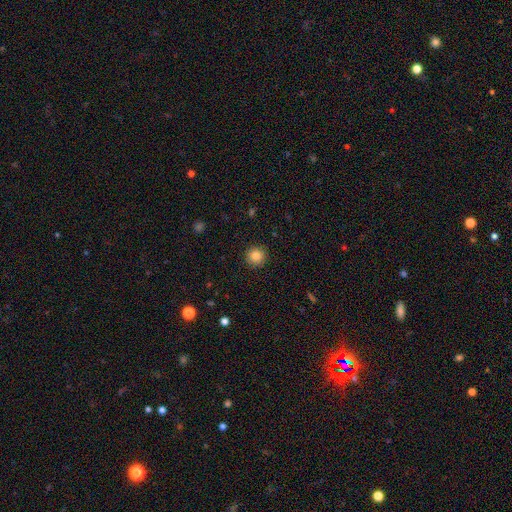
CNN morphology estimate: Smooth or featured? Predicted: smooth (p=0.86). How rounded? Predicted: round (p=0.94). Merging? Predicted: none (p=0.91).